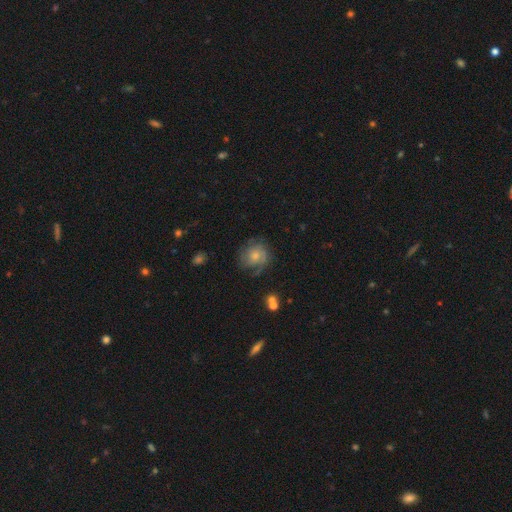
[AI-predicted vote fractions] Smooth or featured?
  - featured or disk: 60% *
  - smooth: 31%
  - star or artifact: 9%
Edge-on disk?
  - no: 98% *
  - yes: 2%
Bar?
  - no: 79% *
  - weak: 19%
  - strong: 2%
Spiral arms?
  - yes: 88% *
  - no: 12%
Spiral winding?
  - tight: 47% *
  - medium: 36%
  - loose: 17%
Spiral arm count?
  - can't tell: 36% *
  - 3: 22%
  - 2: 18%
  - 4: 9%
  - 1: 9%
  - more than 4: 6%
Bulge size?
  - small: 52% *
  - moderate: 37%
  - none: 5%
  - large: 4%
  - dominant: 1%
Merging?
  - none: 66% *
  - minor disturbance: 20%
  - major disturbance: 12%
  - merger: 2%